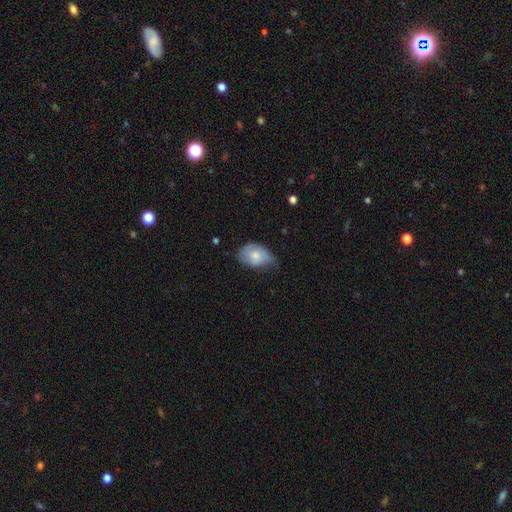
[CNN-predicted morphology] smooth-or-featured: smooth: 67% | featured or disk: 26% | star or artifact: 7%
  how-rounded: in between: 78% | round: 21% | cigar-shaped: 1%
  merging: minor disturbance: 48% | none: 34% | major disturbance: 17% | merger: 2%